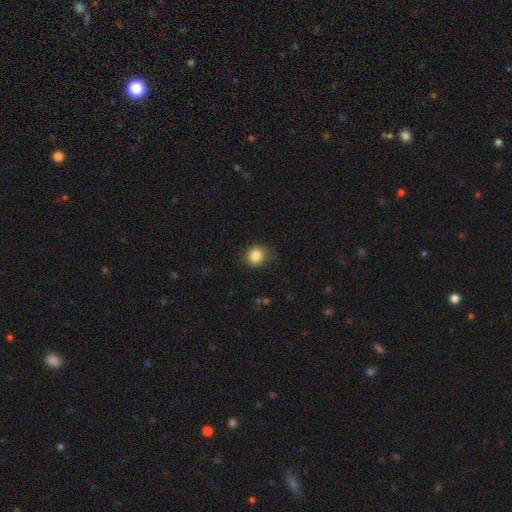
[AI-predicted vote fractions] Smooth or featured? smooth (85%)
How rounded? round (83%)
Merging? none (84%)